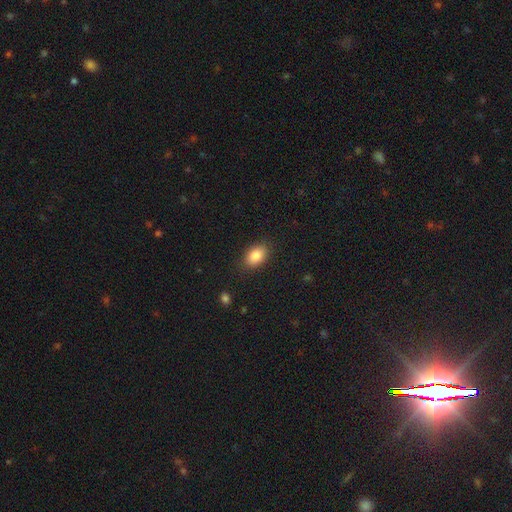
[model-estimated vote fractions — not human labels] smooth_or_featured: smooth (p=0.86) [alt: star or artifact p=0.08]
how_rounded: in between (p=0.88) [alt: round p=0.11]
merging: none (p=0.86) [alt: minor disturbance p=0.10]